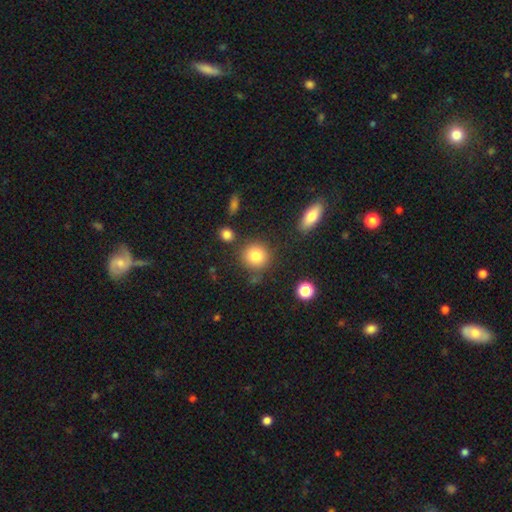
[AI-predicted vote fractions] smooth_or_featured: smooth (p=0.83) [alt: star or artifact p=0.10]
how_rounded: round (p=0.89) [alt: in between p=0.10]
merging: none (p=0.79) [alt: minor disturbance p=0.11]